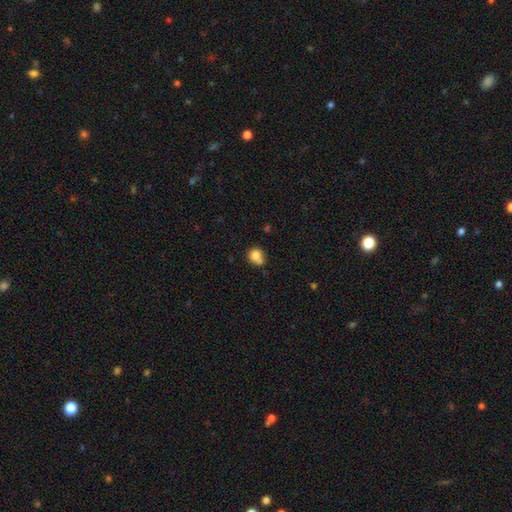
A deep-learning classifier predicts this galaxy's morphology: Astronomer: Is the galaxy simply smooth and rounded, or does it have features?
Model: smooth — 80%.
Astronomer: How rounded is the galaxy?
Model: round — 78%.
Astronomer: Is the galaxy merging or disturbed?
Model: none — 50% (runner-up: merger, 26%).